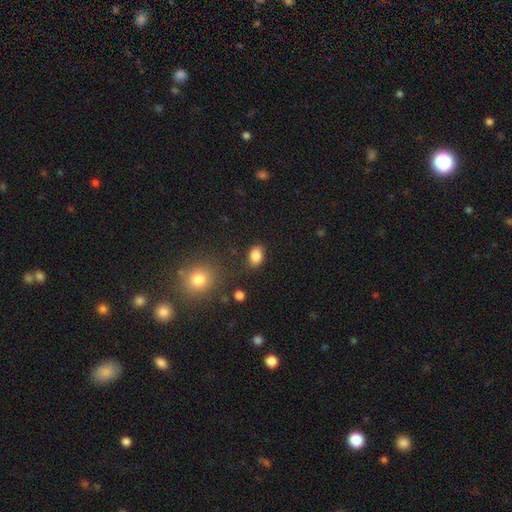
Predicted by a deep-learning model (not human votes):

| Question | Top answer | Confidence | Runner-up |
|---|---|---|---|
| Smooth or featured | smooth | 85% | star or artifact (10%) |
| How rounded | in between | 75% | round (24%) |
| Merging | none | 81% | minor disturbance (13%) |